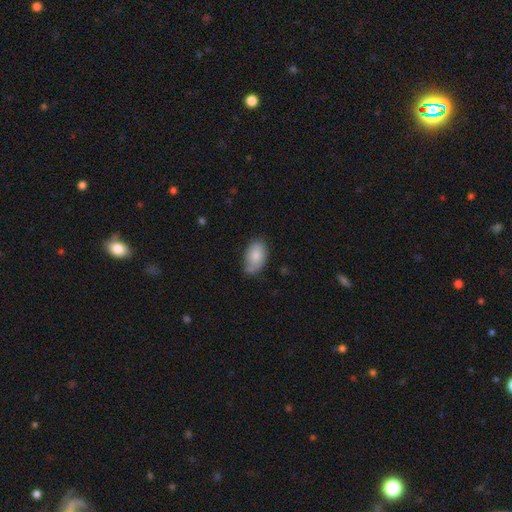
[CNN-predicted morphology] Smooth or featured: smooth — 79% (featured or disk — 14%)
How rounded: in between — 93% (round — 6%)
Merging: none — 60% (minor disturbance — 31%)